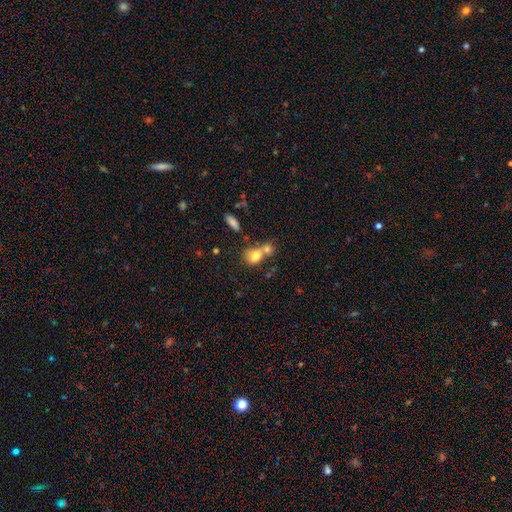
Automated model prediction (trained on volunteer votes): Smooth or featured? smooth (77%)
How rounded? in between (56%)
Merging? merger (60%)